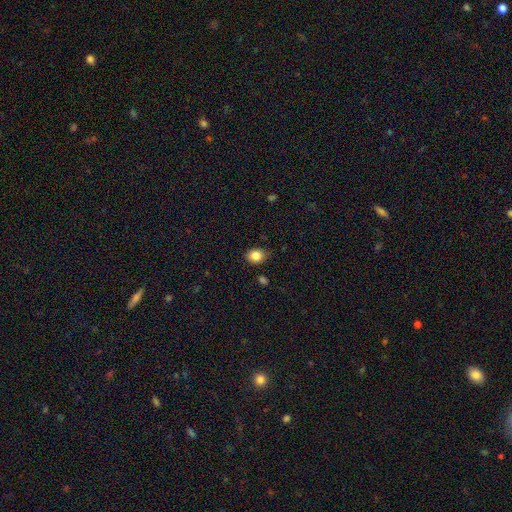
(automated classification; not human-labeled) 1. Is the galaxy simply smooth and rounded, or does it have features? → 85% smooth, 10% star or artifact, 5% featured or disk.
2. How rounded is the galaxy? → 57% in between, 42% round, 1% cigar-shaped.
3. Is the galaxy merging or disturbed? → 79% none, 16% minor disturbance, 3% major disturbance, 2% merger.